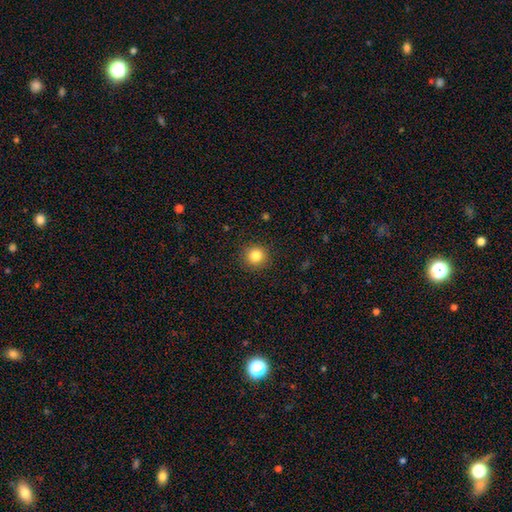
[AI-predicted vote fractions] smooth_or_featured: smooth (p=0.83) [alt: star or artifact p=0.11]
how_rounded: round (p=0.93) [alt: in between p=0.06]
merging: none (p=0.91) [alt: minor disturbance p=0.06]